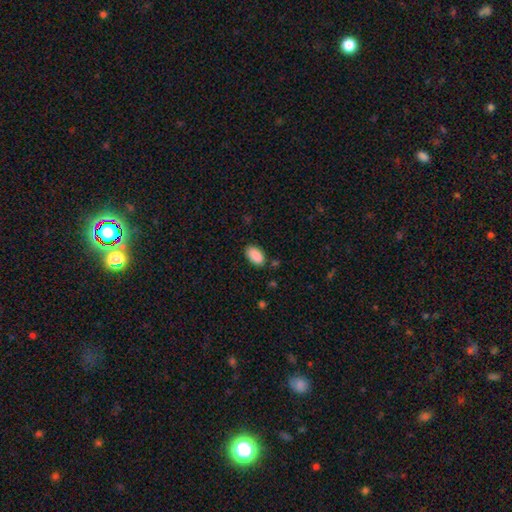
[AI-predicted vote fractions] Q: Smooth or featured?
A: smooth (90%); runner-up: star or artifact (7%)
Q: How rounded?
A: in between (94%); runner-up: round (4%)
Q: Merging?
A: none (84%); runner-up: minor disturbance (12%)